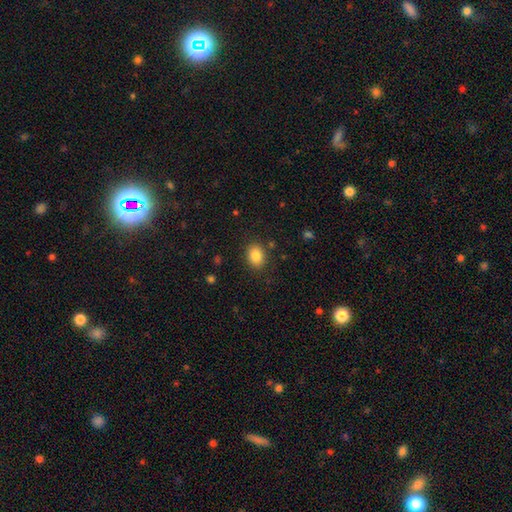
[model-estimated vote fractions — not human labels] This is clearly a smooth galaxy (85%). How rounded: possibly in between (59%). Merging: clearly none (87%).